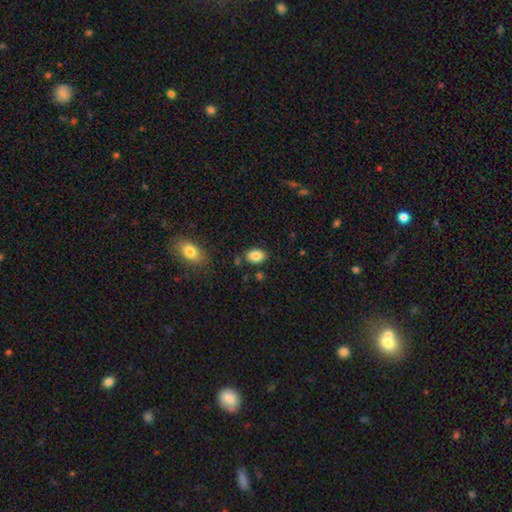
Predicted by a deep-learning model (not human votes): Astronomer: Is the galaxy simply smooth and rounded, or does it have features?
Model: smooth — 86%.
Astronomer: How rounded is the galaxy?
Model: in between — 82%.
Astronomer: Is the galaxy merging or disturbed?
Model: none — 82%.